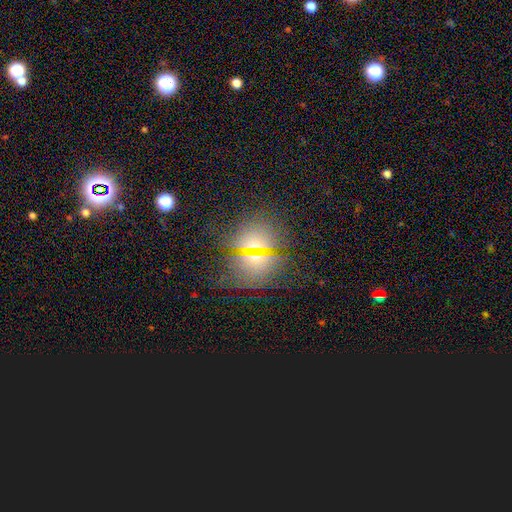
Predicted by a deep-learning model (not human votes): A star or artifact, not a galaxy (45%).